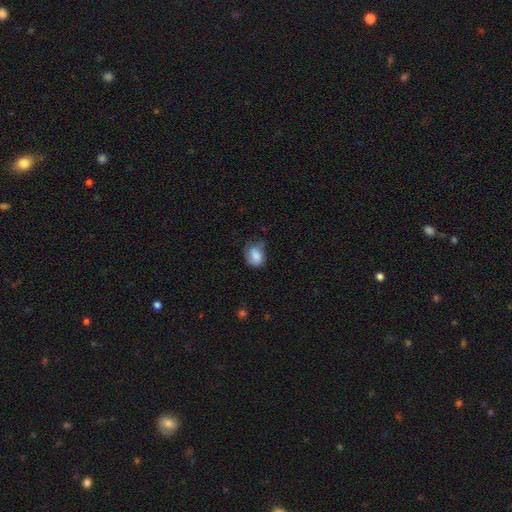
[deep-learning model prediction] Smooth or featured?
  - smooth: 77% *
  - featured or disk: 15%
  - star or artifact: 8%
How rounded?
  - in between: 59% *
  - round: 40%
  - cigar-shaped: 1%
Merging?
  - none: 49% *
  - minor disturbance: 35%
  - major disturbance: 14%
  - merger: 2%